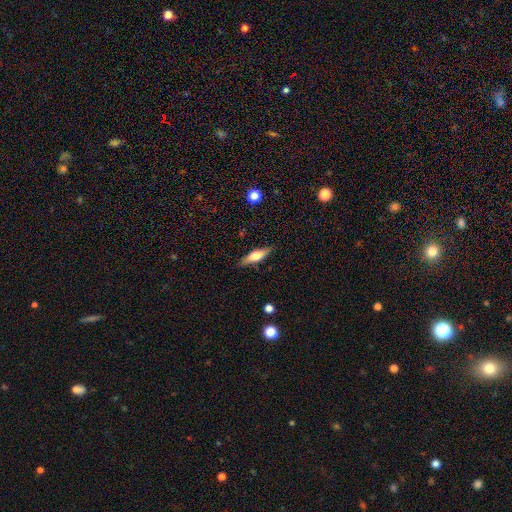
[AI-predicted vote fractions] smooth 53%, featured or disk 40%, star or artifact 7%. Down the decision tree: how rounded — cigar-shaped (58%); merging — none (85%).